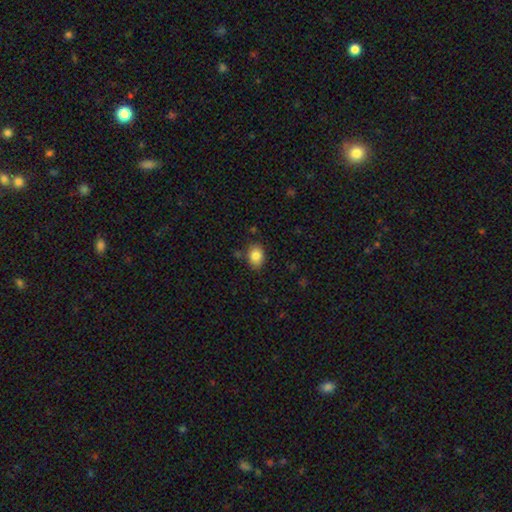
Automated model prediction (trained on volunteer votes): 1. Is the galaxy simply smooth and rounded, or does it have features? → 86% smooth, 8% star or artifact, 6% featured or disk.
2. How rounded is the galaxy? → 71% in between, 28% round, 1% cigar-shaped.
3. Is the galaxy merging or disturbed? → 80% none, 14% minor disturbance, 3% merger, 3% major disturbance.